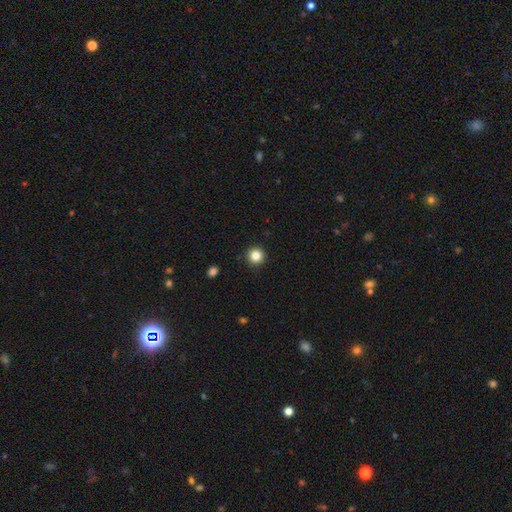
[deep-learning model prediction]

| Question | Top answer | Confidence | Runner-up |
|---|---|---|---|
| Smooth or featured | smooth | 84% | star or artifact (11%) |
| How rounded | round | 96% | in between (3%) |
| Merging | none | 93% | minor disturbance (5%) |